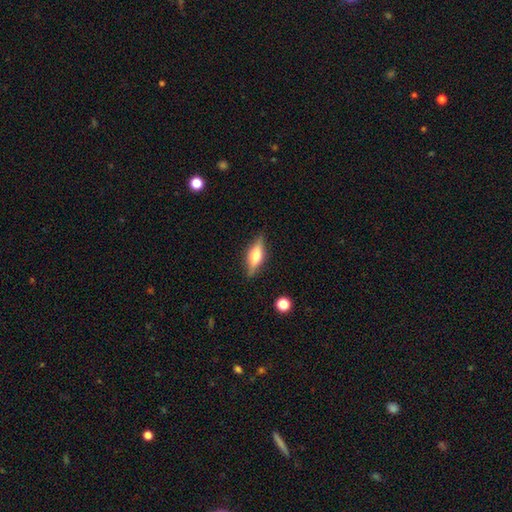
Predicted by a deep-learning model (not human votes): Smooth or featured? Predicted: smooth (p=0.47). Merging? Predicted: none (p=0.84).